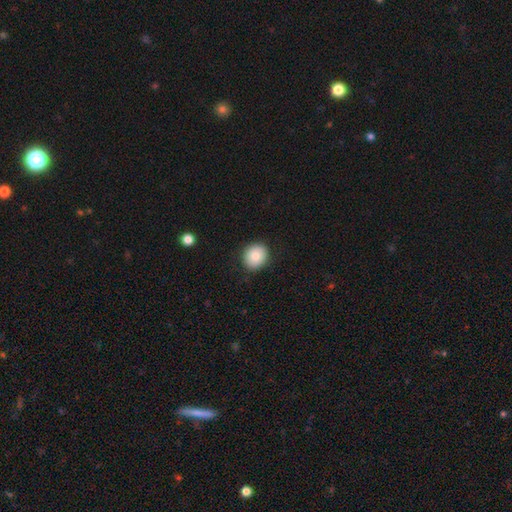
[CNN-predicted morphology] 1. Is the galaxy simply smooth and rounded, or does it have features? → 83% smooth, 9% featured or disk, 8% star or artifact.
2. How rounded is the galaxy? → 81% round, 18% in between, 1% cigar-shaped.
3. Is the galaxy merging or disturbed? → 88% none, 8% minor disturbance, 2% major disturbance, 1% merger.